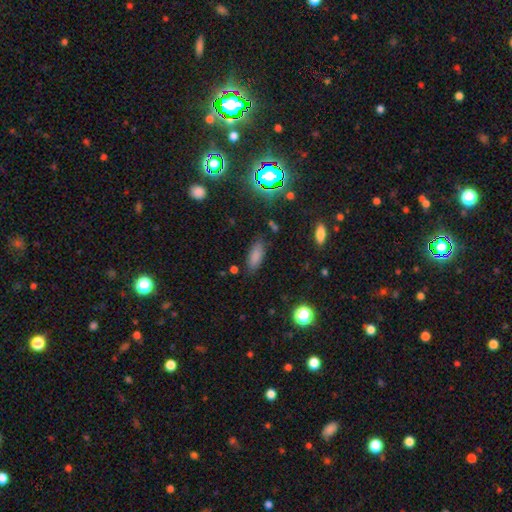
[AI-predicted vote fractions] Smooth or featured?
  - smooth: 80% *
  - star or artifact: 13%
  - featured or disk: 6%
How rounded?
  - in between: 78% *
  - cigar-shaped: 20%
  - round: 3%
Merging?
  - none: 81% *
  - minor disturbance: 13%
  - major disturbance: 4%
  - merger: 2%